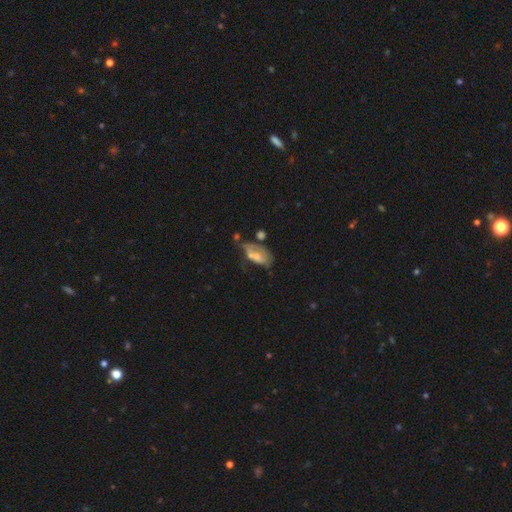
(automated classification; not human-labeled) A smooth galaxy with no disk features (52%) that is in between round and cigar-shaped (89%). Merging: minor disturbance (27%, tied with none).